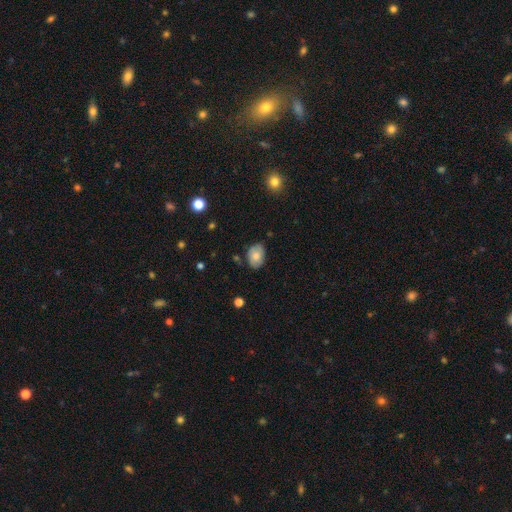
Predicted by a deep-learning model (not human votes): Morphology: type=smooth (74%); roundness=in between (82%); merging=none (77%).